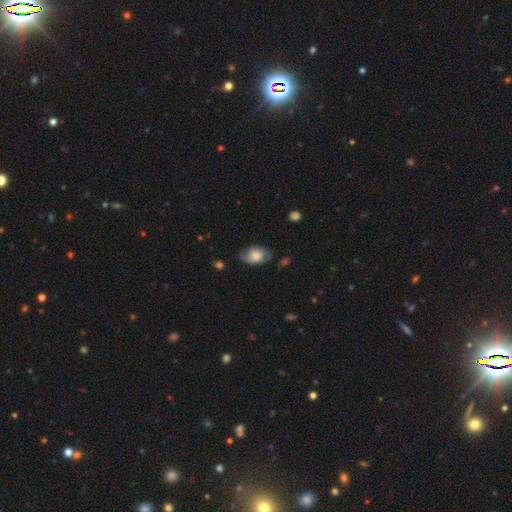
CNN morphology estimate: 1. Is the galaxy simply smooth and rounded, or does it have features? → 65% smooth, 27% featured or disk, 8% star or artifact.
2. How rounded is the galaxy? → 84% in between, 14% round, 1% cigar-shaped.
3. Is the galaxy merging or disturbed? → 63% none, 28% minor disturbance, 8% major disturbance, 2% merger.